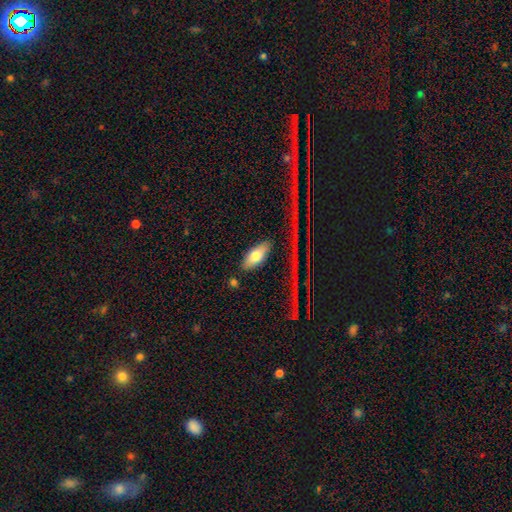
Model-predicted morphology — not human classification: Smooth or featured: smooth — 74% (featured or disk — 18%)
How rounded: in between — 84% (cigar-shaped — 13%)
Merging: none — 80% (minor disturbance — 13%)